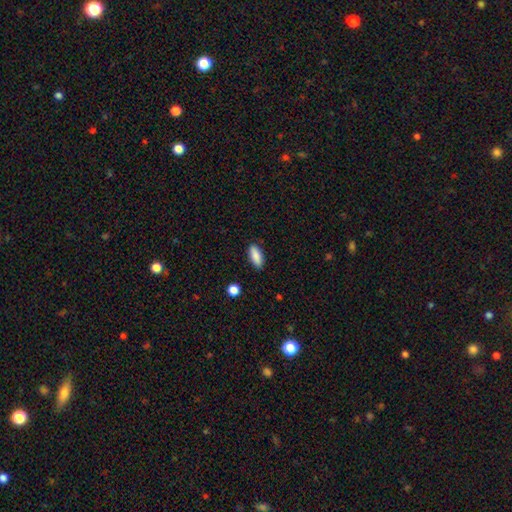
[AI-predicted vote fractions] A smooth galaxy with no disk features (87%) that is in between round and cigar-shaped (77%). Merging: none (87%).